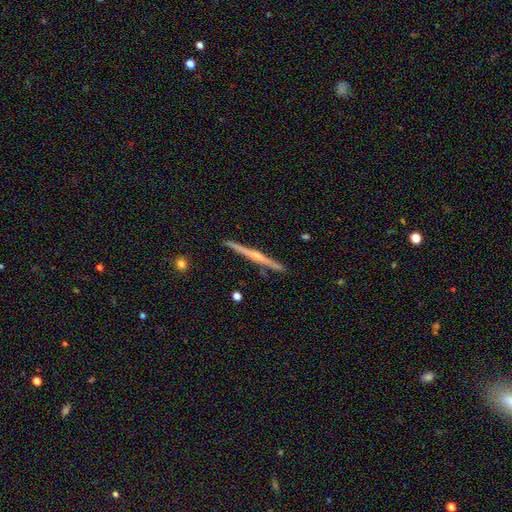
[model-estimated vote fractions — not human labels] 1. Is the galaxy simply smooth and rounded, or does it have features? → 76% featured or disk, 18% smooth, 6% star or artifact.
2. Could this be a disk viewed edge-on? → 98% yes, 2% no.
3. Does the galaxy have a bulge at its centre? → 71% rounded, 23% none, 6% boxy.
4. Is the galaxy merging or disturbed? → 92% none, 6% minor disturbance, 1% merger, 1% major disturbance.